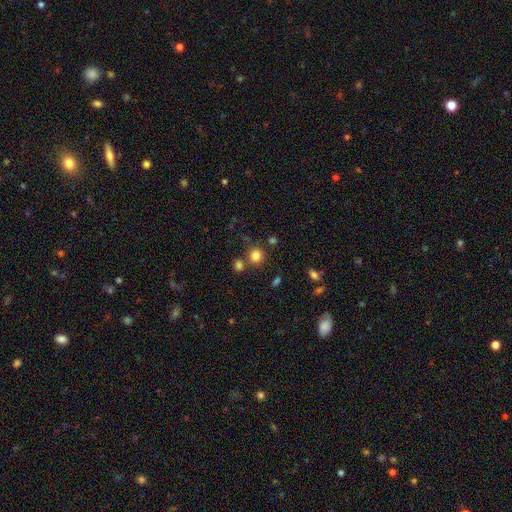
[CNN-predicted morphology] Q: Smooth or featured?
A: smooth (80%); runner-up: star or artifact (14%)
Q: How rounded?
A: round (91%); runner-up: in between (8%)
Q: Merging?
A: none (76%); runner-up: merger (13%)